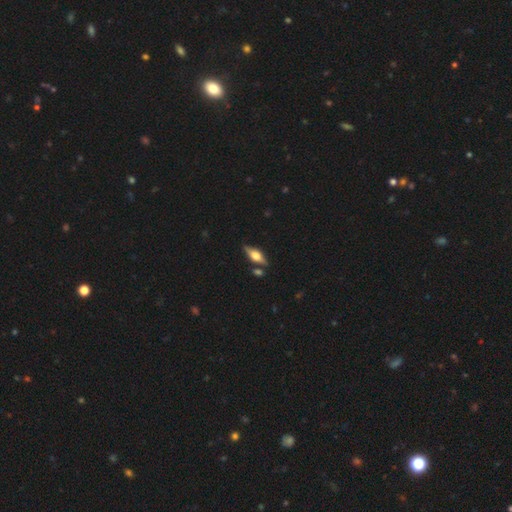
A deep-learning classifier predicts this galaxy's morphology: smooth-or-featured: featured or disk: 64% | smooth: 30% | star or artifact: 7%
  disk-edge-on: yes: 94% | no: 6%
    edge-on-bulge: rounded: 90% | boxy: 8% | none: 2%
  merging: none: 80% | minor disturbance: 11% | merger: 6% | major disturbance: 3%